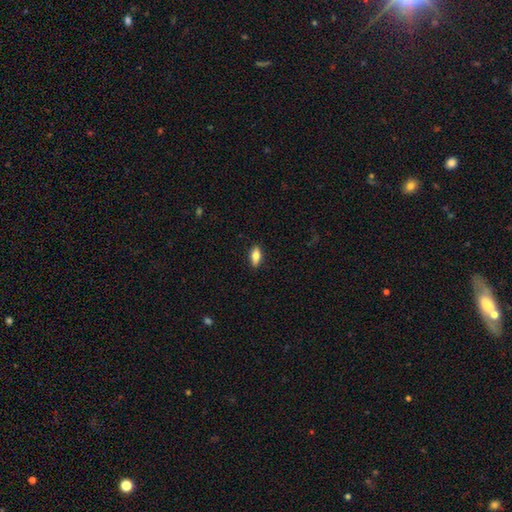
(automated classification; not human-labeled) A smooth galaxy with no disk features (77%) that is in between round and cigar-shaped (84%).

Vote fractions:
- Smooth or featured? smooth: 77% / featured or disk: 15% / star or artifact: 7%
- How rounded? in between: 84% / cigar-shaped: 13% / round: 3%
- Merging? none: 88% / minor disturbance: 9% / major disturbance: 2% / merger: 1%